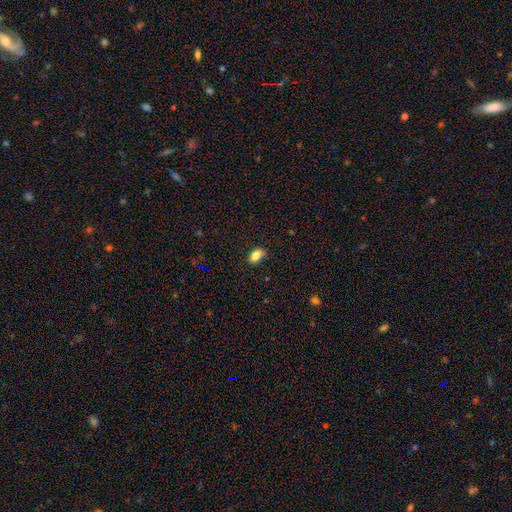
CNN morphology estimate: This is clearly a smooth galaxy (84%). How rounded: clearly in between (89%). Merging: likely none (74%).